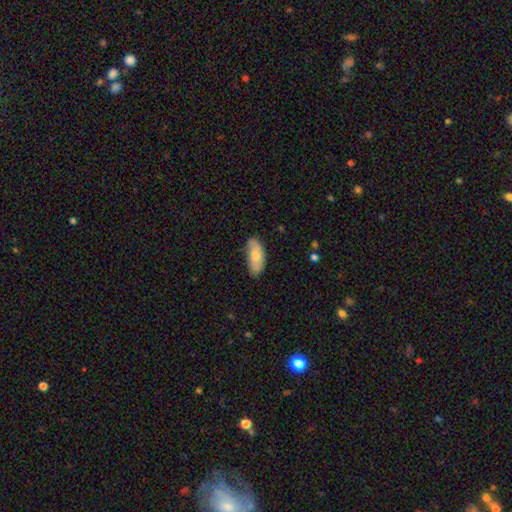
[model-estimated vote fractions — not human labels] Smooth or featured? Predicted: smooth (p=0.69). How rounded? Predicted: in between (p=0.85). Merging? Predicted: none (p=0.73).